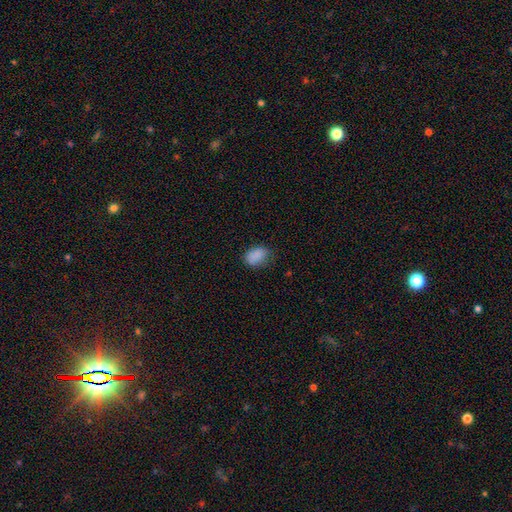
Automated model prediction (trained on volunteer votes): A smooth galaxy with no disk features (87%) that is in between round and cigar-shaped (81%). Merging: none (68%).